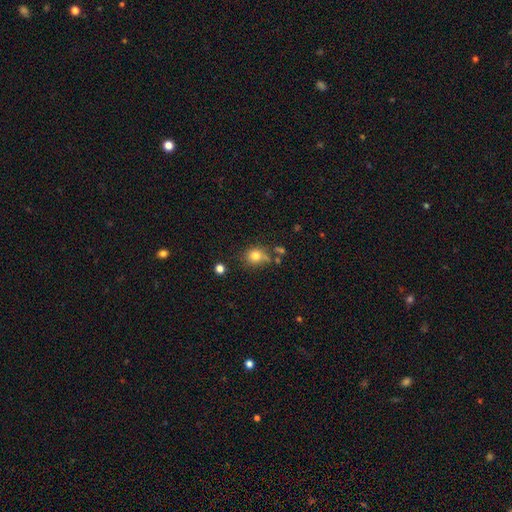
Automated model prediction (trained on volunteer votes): Smooth or featured: smooth — 79% (star or artifact — 12%)
How rounded: round — 78% (in between — 21%)
Merging: none — 64% (minor disturbance — 19%)